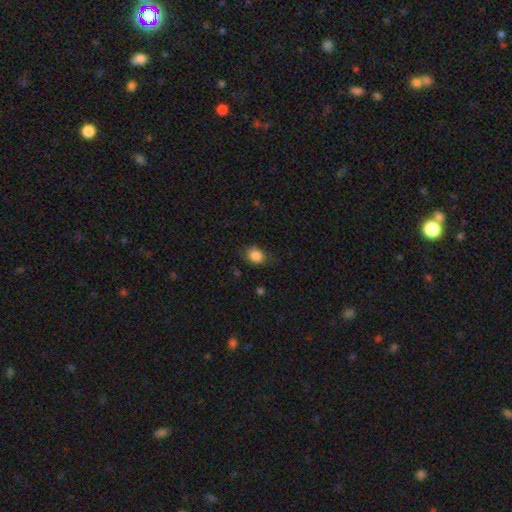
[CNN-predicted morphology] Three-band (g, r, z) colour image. It shows a smooth galaxy with no disk features (85%) that is round (50%). Merging: none (72%).